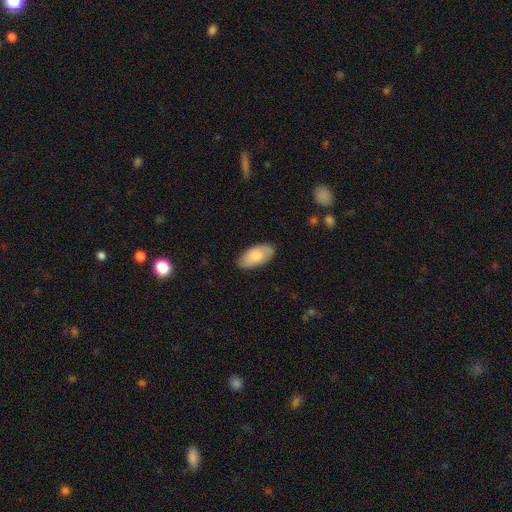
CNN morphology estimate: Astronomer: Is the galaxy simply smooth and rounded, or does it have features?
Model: smooth — 74%.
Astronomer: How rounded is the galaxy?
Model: in between — 94%.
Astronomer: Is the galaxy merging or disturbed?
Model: none — 83%.